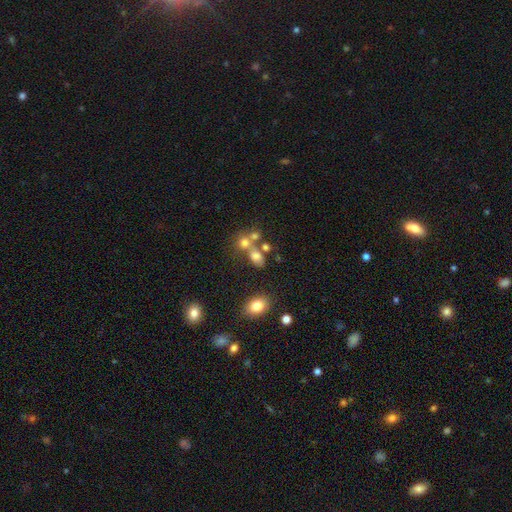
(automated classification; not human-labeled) Smooth or featured? Predicted: smooth (p=0.66). How rounded? Predicted: in between (p=0.51). Merging? Predicted: merger (p=0.46).